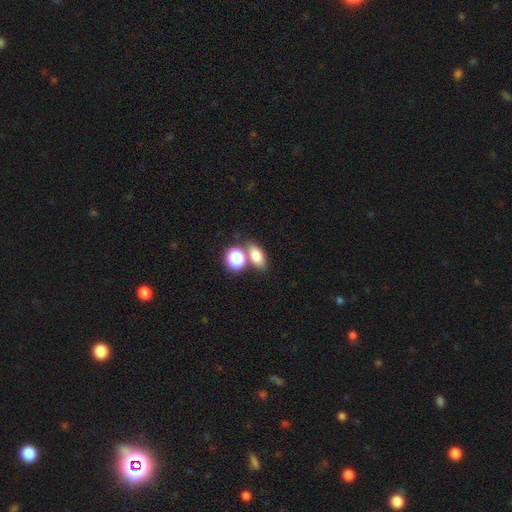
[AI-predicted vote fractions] Morphology: type=smooth (75%); roundness=in between (73%); merging=none (62%).